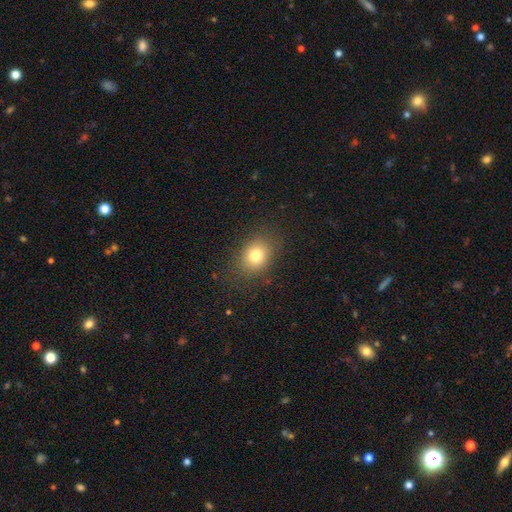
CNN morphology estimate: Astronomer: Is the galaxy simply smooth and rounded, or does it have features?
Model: smooth — 78%.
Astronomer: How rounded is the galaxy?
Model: in between — 56% (runner-up: round, 43%).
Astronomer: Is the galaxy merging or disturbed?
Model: none — 83%.